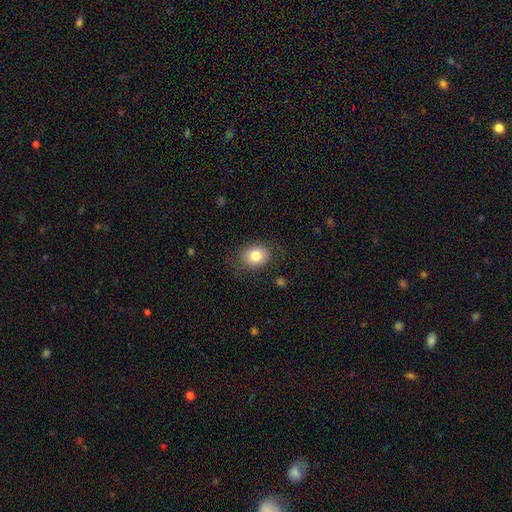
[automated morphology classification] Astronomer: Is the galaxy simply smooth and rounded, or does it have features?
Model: smooth — 81%.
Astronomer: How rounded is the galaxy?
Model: round — 56% (runner-up: in between, 44%).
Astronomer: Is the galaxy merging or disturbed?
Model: none — 82%.